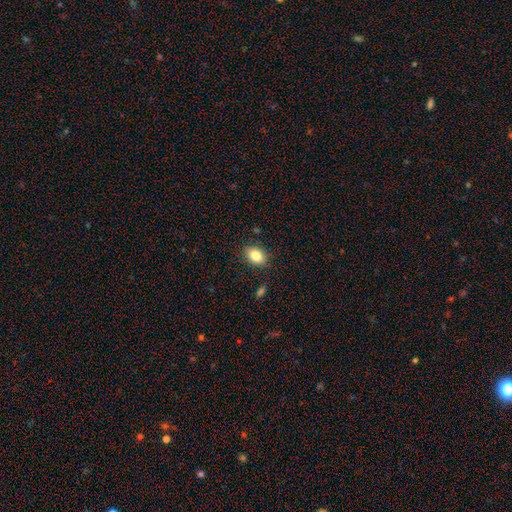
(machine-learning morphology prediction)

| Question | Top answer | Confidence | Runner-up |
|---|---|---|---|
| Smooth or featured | smooth | 84% | star or artifact (9%) |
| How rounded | in between | 78% | round (20%) |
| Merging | none | 85% | minor disturbance (11%) |